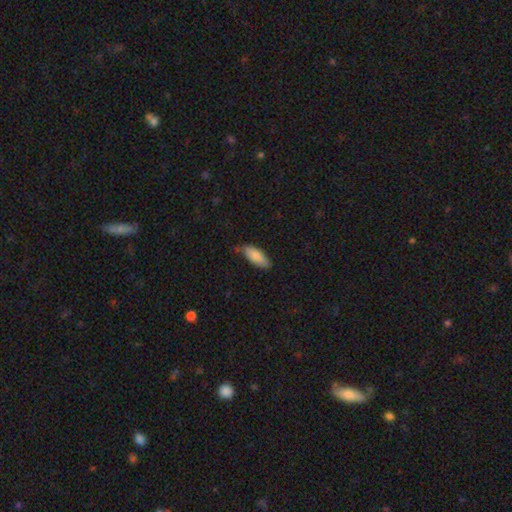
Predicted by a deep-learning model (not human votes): smooth-or-featured: smooth: 83% | featured or disk: 11% | star or artifact: 6%
  how-rounded: in between: 76% | cigar-shaped: 22% | round: 2%
  merging: none: 64% | minor disturbance: 29% | major disturbance: 4% | merger: 2%